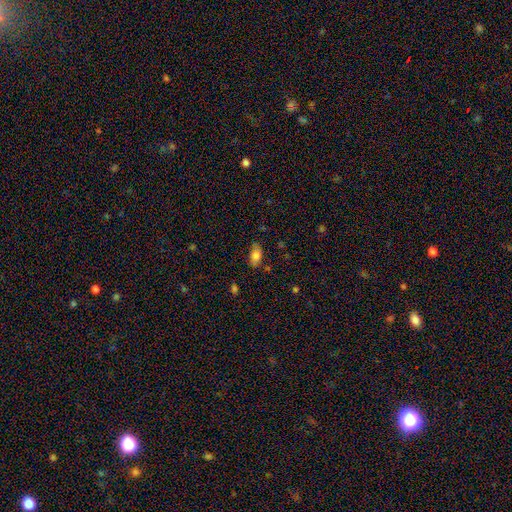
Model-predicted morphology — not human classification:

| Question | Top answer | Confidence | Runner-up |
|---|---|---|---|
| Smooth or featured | smooth | 79% | featured or disk (13%) |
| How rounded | in between | 89% | cigar-shaped (6%) |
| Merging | none | 76% | minor disturbance (18%) |